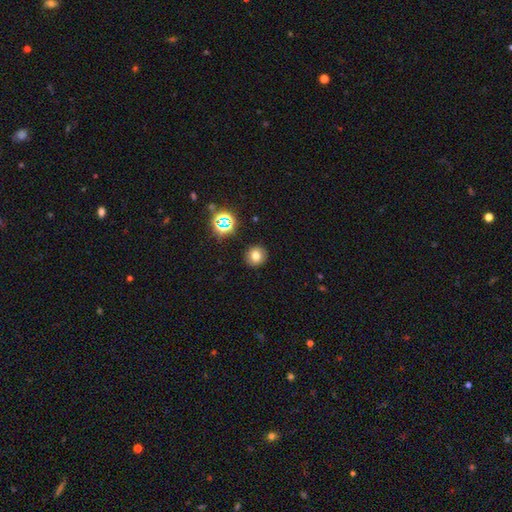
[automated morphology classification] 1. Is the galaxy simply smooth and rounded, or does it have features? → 72% smooth, 18% star or artifact, 10% featured or disk.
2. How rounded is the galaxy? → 91% round, 8% in between, 1% cigar-shaped.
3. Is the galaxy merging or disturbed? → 91% none, 6% minor disturbance, 2% major disturbance, 1% merger.